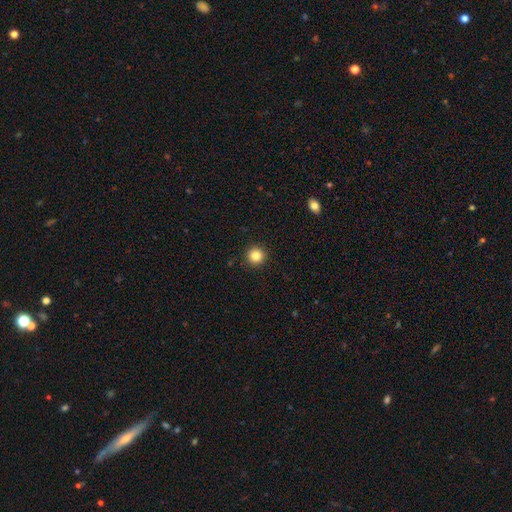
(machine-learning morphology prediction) Smooth or featured?
  - smooth: 85% *
  - star or artifact: 11%
  - featured or disk: 5%
How rounded?
  - round: 95% *
  - in between: 4%
  - cigar-shaped: 1%
Merging?
  - none: 93% *
  - minor disturbance: 4%
  - major disturbance: 2%
  - merger: 1%